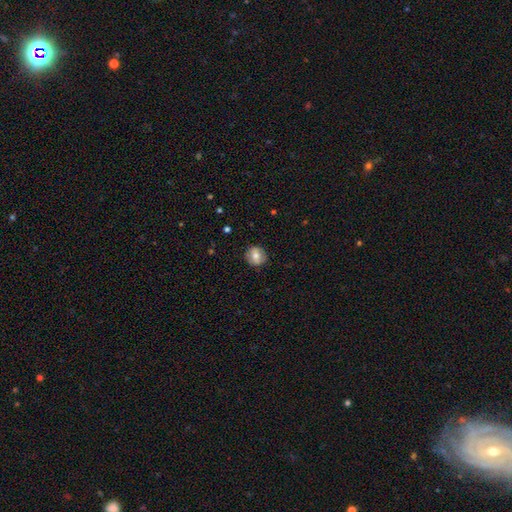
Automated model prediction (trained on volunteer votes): Smooth or featured? Predicted: smooth (p=0.64). How rounded? Predicted: round (p=0.83). Merging? Predicted: none (p=0.86).